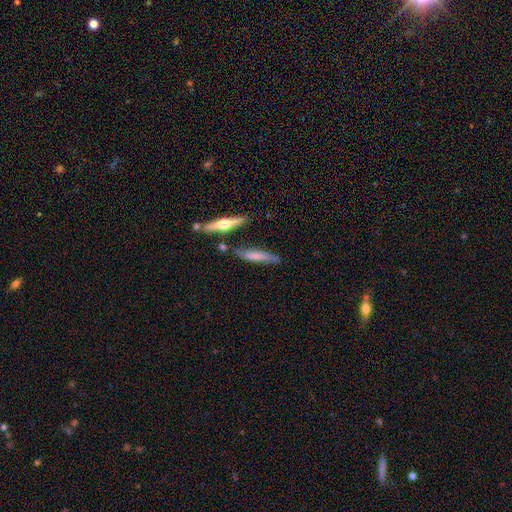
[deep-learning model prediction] Q: Smooth or featured?
A: smooth (53%); runner-up: featured or disk (40%)
Q: How rounded?
A: cigar-shaped (85%); runner-up: in between (13%)
Q: Merging?
A: none (69%); runner-up: minor disturbance (19%)